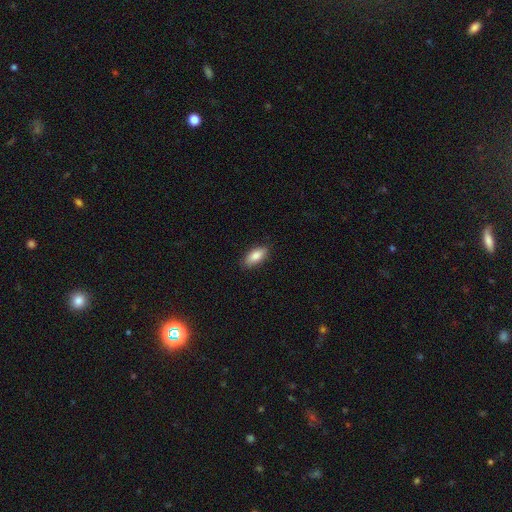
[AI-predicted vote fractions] The model was most divided on "merging": none: 85%, minor disturbance: 12%, major disturbance: 2%, merger: 1%. More confident: how rounded — in between (86%); smooth or featured — smooth (86%).